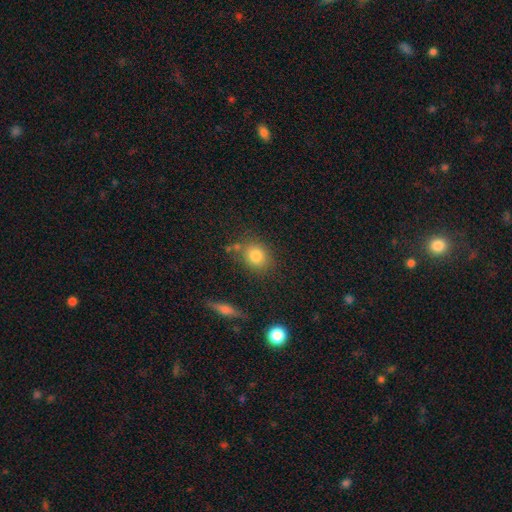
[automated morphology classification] Smooth or featured?
  - smooth: 80% *
  - star or artifact: 11%
  - featured or disk: 9%
How rounded?
  - round: 60% *
  - in between: 39%
  - cigar-shaped: 2%
Merging?
  - none: 75% *
  - minor disturbance: 14%
  - merger: 7%
  - major disturbance: 4%